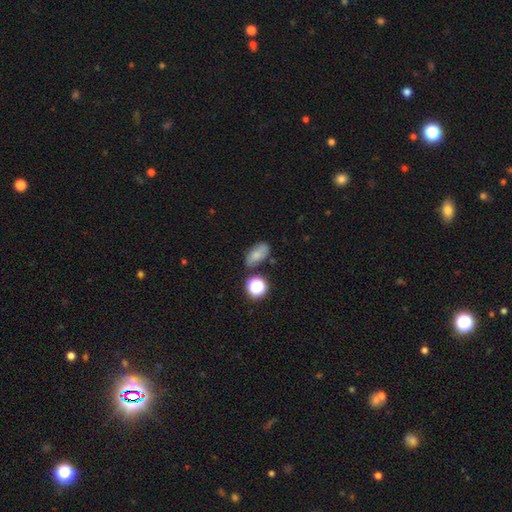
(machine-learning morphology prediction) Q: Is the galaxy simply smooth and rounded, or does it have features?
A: smooth — 57%.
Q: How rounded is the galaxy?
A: in between — 78%.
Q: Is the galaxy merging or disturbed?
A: none — 71%.